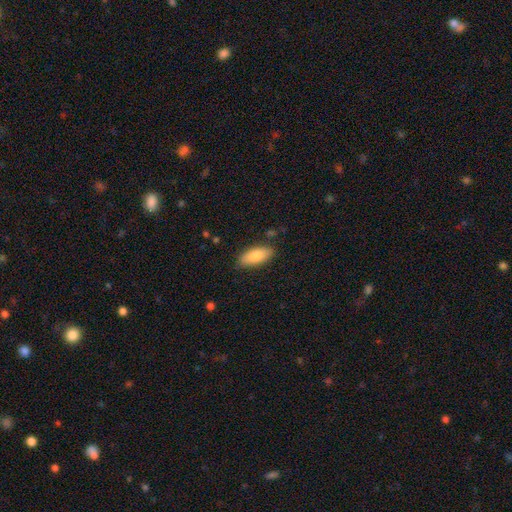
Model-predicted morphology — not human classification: This appears to be a smooth galaxy with no disk features (84%) that is in between round and cigar-shaped (82%). Merging: none (82%).